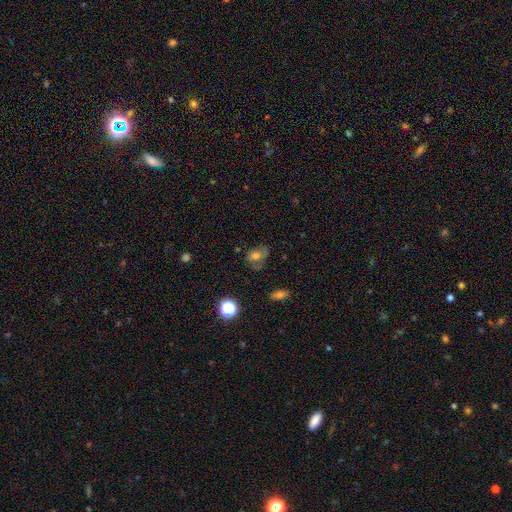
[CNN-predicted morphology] Smooth or featured: smooth — 52% (featured or disk — 31%)
How rounded: in between — 60% (round — 38%)
Merging: none — 55% (minor disturbance — 26%)